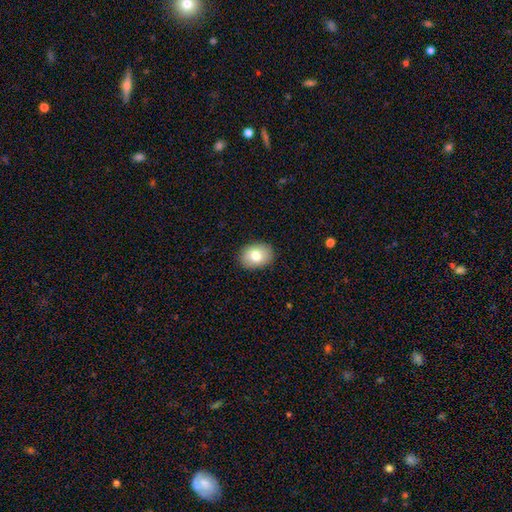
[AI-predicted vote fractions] Overall: smooth (79%). How rounded: in between (63%; round 36%). Merging: none (89%).